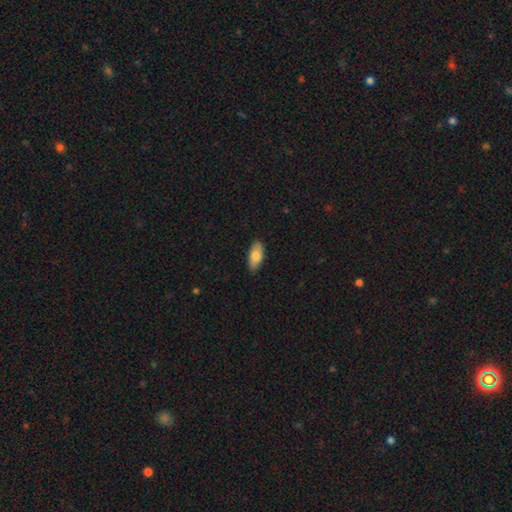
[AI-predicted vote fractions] Smooth or featured: smooth — 82% (featured or disk — 13%)
How rounded: in between — 88% (cigar-shaped — 9%)
Merging: none — 87% (minor disturbance — 11%)